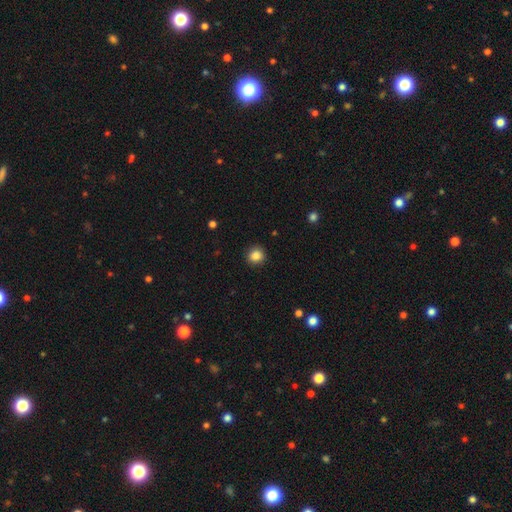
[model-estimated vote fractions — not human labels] smooth 85%, star or artifact 10%, featured or disk 4%. Down the decision tree: how rounded — round (90%); merging — none (91%).